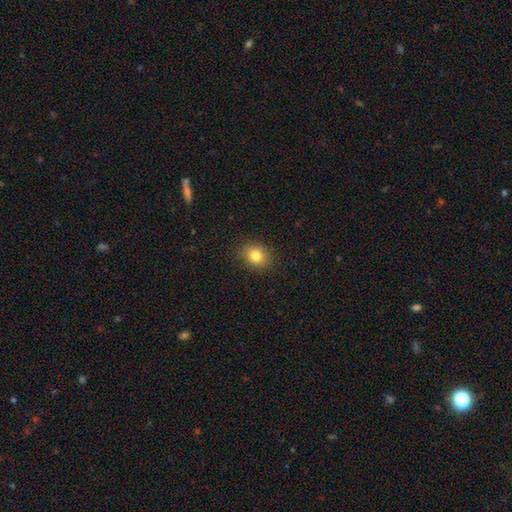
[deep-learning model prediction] smooth_or_featured: smooth (p=0.82) [alt: star or artifact p=0.11]
how_rounded: round (p=0.60) [alt: in between p=0.39]
merging: none (p=0.90) [alt: minor disturbance p=0.07]